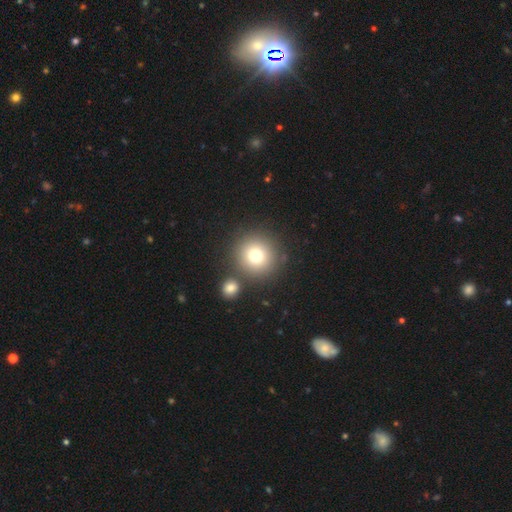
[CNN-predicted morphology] smooth_or_featured: smooth (p=0.77) [alt: star or artifact p=0.12]
how_rounded: round (p=0.94) [alt: in between p=0.05]
merging: none (p=0.77) [alt: merger p=0.13]